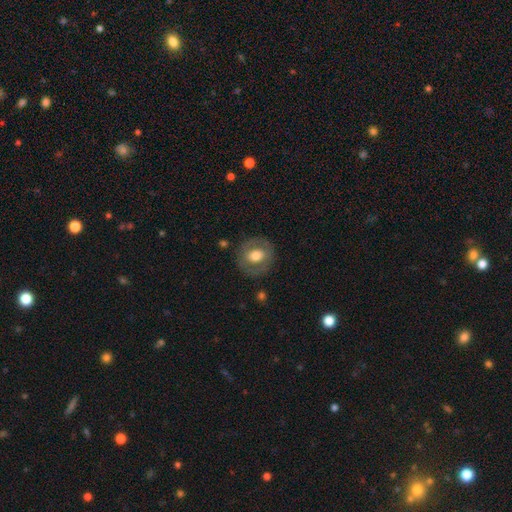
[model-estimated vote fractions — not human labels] Morphology: type=smooth (53%); roundness=round (75%); merging=none (82%).